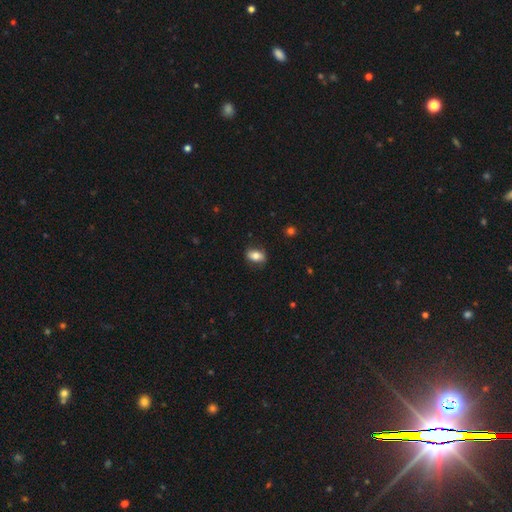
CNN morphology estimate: This is likely a smooth galaxy (77%). How rounded: clearly in between (83%). Merging: clearly none (84%).